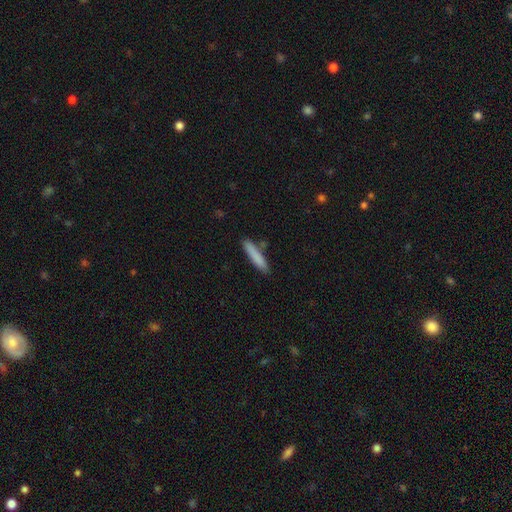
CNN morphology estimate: The model was most divided on "merging": none: 81%, minor disturbance: 11%, merger: 5%, major disturbance: 2%. More confident: how rounded — cigar-shaped (90%); smooth or featured — smooth (83%).